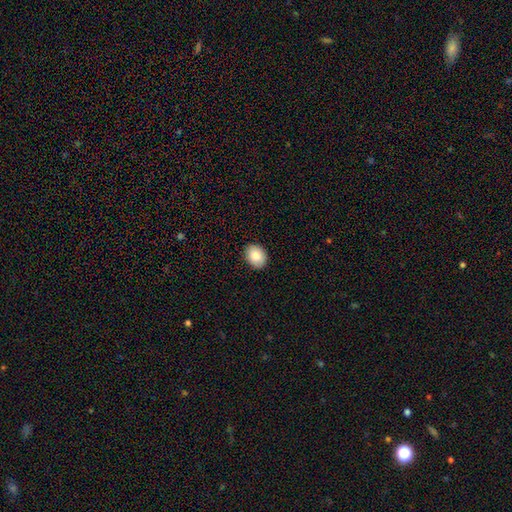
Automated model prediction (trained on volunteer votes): A smooth galaxy with no disk features (86%) that is in between round and cigar-shaped (61%). Merging: none (89%).